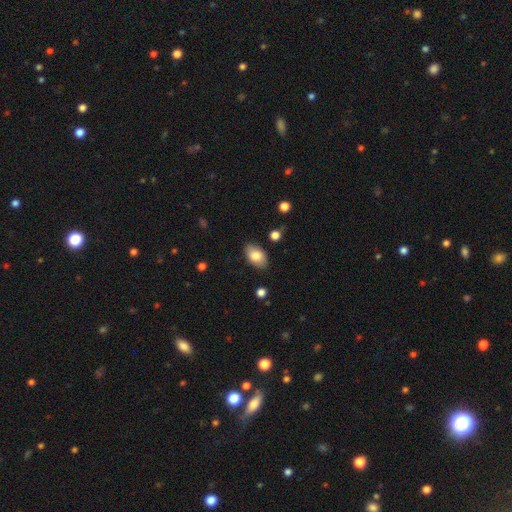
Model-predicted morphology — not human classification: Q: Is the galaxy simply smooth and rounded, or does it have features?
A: smooth — 81%.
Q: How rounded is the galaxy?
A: in between — 92%.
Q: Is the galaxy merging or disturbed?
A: none — 84%.